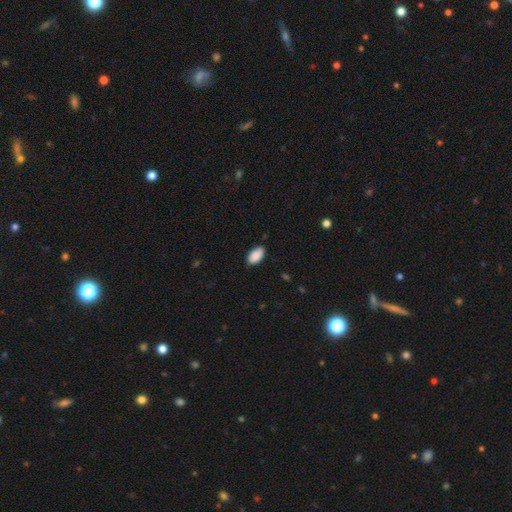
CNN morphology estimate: type=smooth (90%); roundness=in between (95%); merging=none (85%).